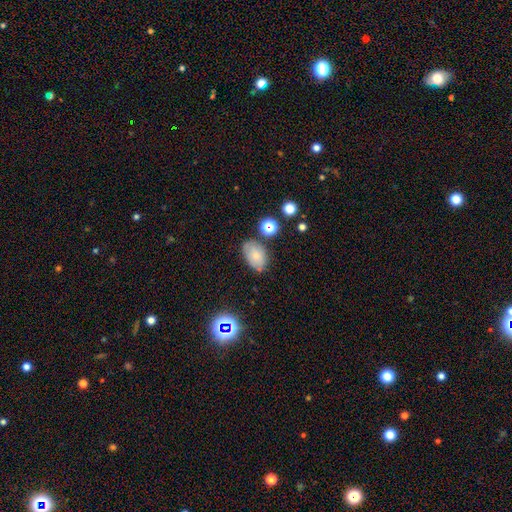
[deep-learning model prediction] Morphology: type=smooth (72%); roundness=in between (87%); merging=none (69%).